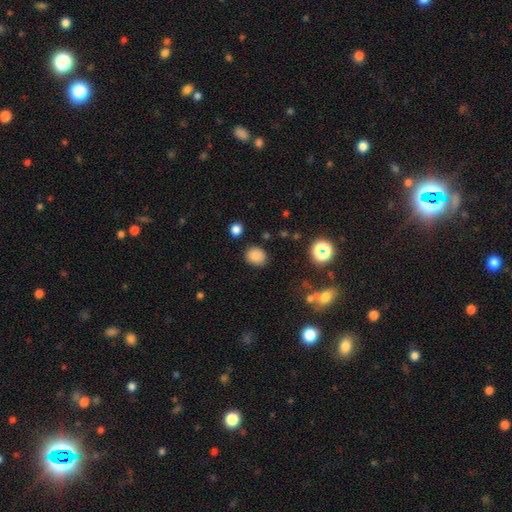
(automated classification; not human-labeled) smooth_or_featured: smooth (p=0.83) [alt: star or artifact p=0.12]
how_rounded: round (p=0.70) [alt: in between p=0.29]
merging: none (p=0.85) [alt: minor disturbance p=0.10]